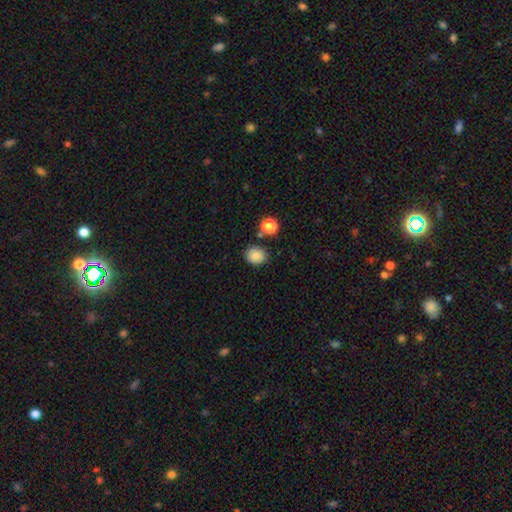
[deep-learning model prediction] Smooth or featured: smooth — 86% (star or artifact — 10%)
How rounded: round — 66% (in between — 33%)
Merging: none — 80% (minor disturbance — 11%)